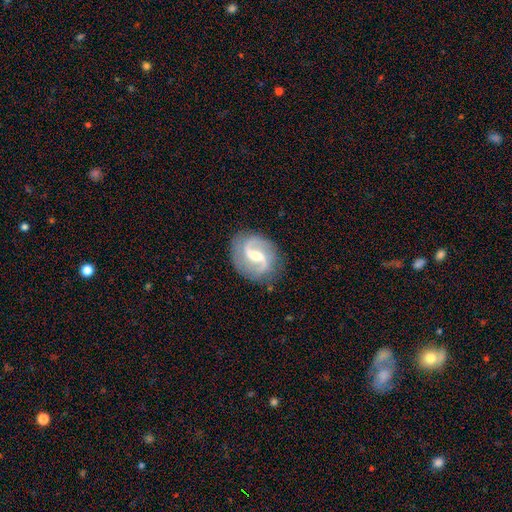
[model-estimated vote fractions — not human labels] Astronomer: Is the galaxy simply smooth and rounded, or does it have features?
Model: featured or disk — 89%.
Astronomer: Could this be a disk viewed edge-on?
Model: no — 98%.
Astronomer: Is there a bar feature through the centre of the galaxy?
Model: weak — 51% (runner-up: strong, 30%).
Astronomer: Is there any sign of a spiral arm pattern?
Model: yes — 97%.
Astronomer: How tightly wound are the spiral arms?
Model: medium — 50% (runner-up: loose, 37%).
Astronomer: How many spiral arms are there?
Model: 2 — 92%.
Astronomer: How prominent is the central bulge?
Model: moderate — 54% (runner-up: small, 38%).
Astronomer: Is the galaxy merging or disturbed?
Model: none — 83%.